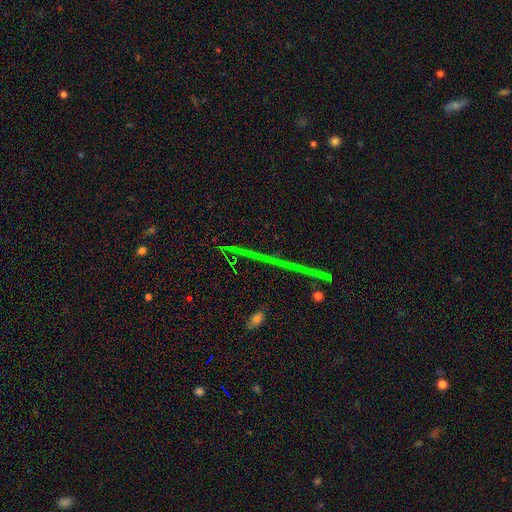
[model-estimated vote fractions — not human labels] The model was most divided on "smooth or featured": star or artifact: 77%, featured or disk: 13%, smooth: 10%.